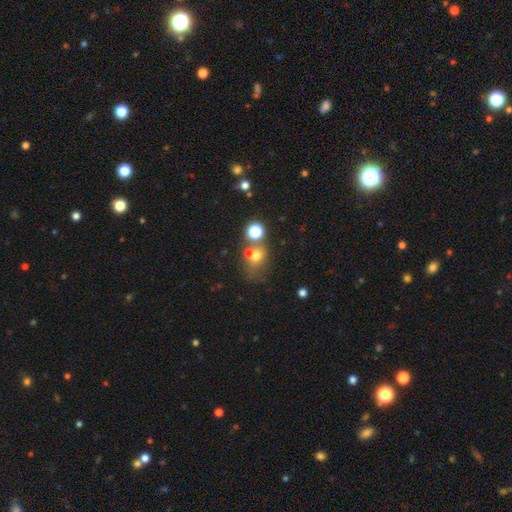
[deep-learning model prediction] Smooth or featured: smooth — 65% (star or artifact — 19%)
How rounded: round — 65% (in between — 34%)
Merging: none — 46% (merger — 35%)